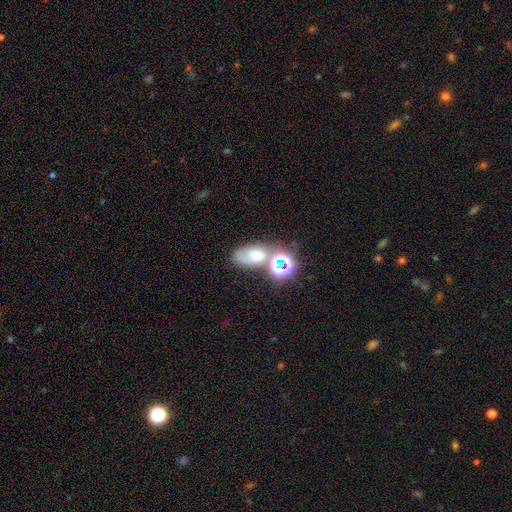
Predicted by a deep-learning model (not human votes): Smooth or featured? smooth (55%)
How rounded? in between (77%)
Merging? none (44%)